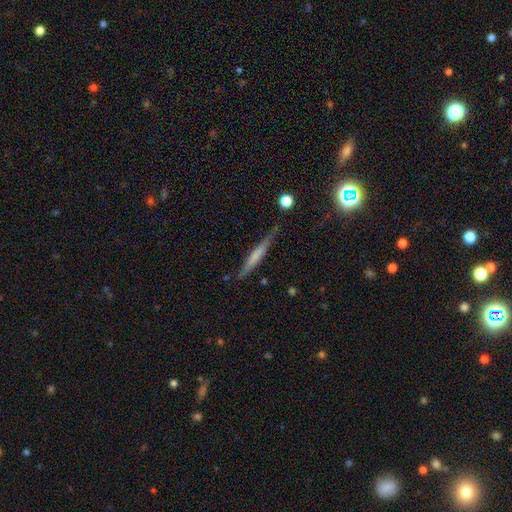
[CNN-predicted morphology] A featured or disk galaxy (47%, tied with smooth).

Vote fractions:
- Smooth or featured? featured or disk: 47% (tied) / smooth: 47% (tied) / star or artifact: 7%
- Merging? none: 78% / minor disturbance: 16% / major disturbance: 4% / merger: 2%